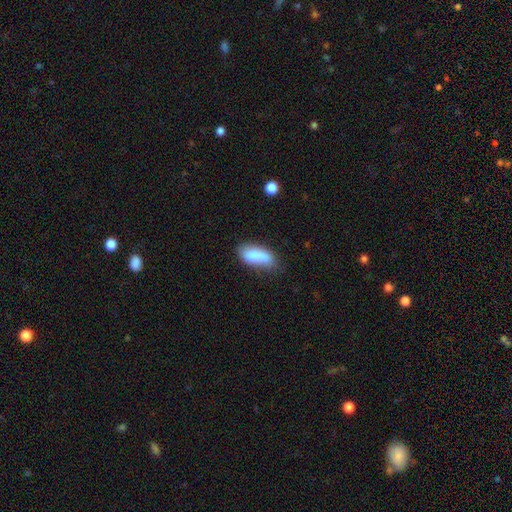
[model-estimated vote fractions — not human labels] Smooth or featured? smooth (81%)
How rounded? in between (79%)
Merging? none (51%)